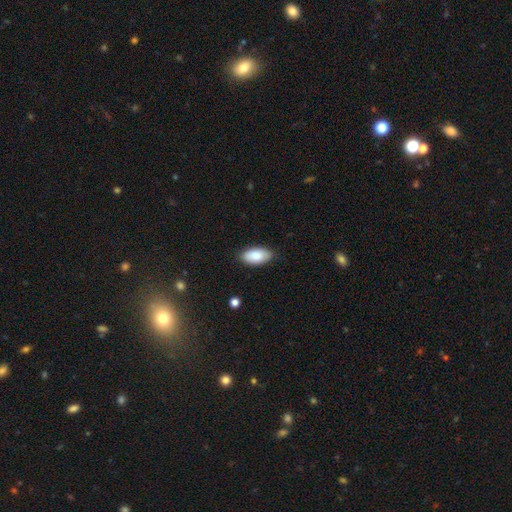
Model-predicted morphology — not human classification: This is clearly a smooth galaxy (87%). How rounded: clearly in between (94%). Merging: clearly none (85%).